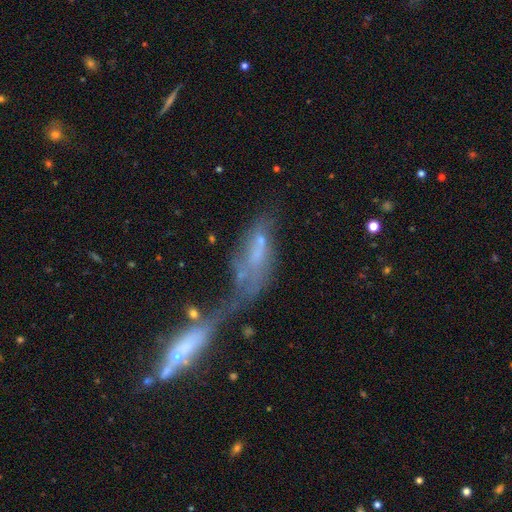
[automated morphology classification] Smooth or featured? featured or disk (51%)
Edge-on disk? no (79%)
Merging? merger (59%)